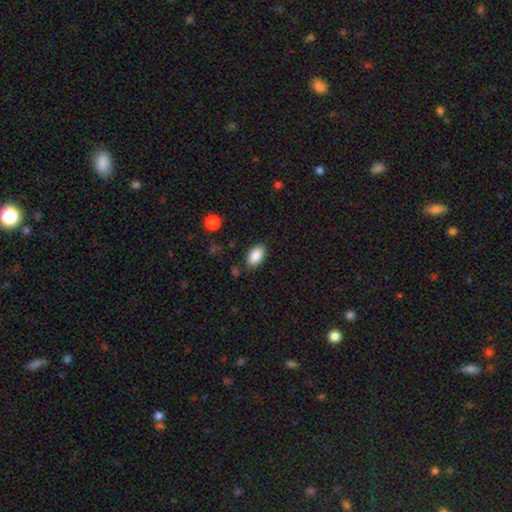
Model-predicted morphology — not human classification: smooth_or_featured: smooth (p=0.87) [alt: star or artifact p=0.07]
how_rounded: in between (p=0.92) [alt: round p=0.06]
merging: none (p=0.83) [alt: minor disturbance p=0.12]